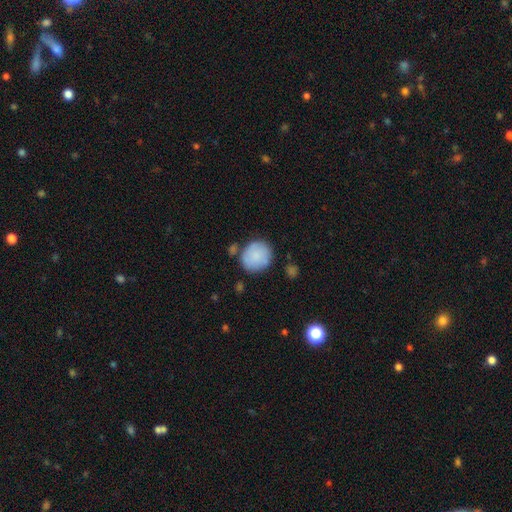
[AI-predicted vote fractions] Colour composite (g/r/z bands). It shows a smooth galaxy with no disk features (85%) that is round (83%). Merging: none (69%).